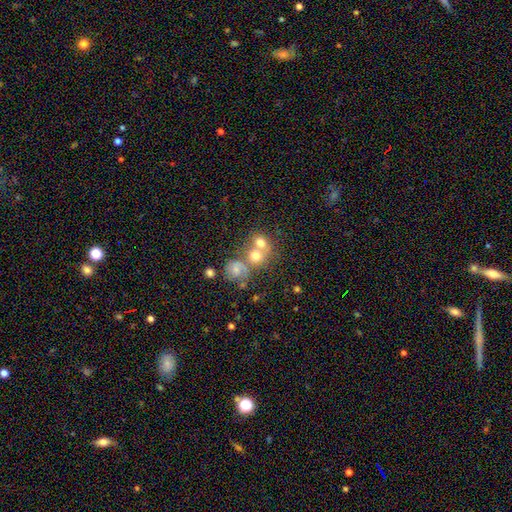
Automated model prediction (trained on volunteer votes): Q: Smooth or featured?
A: smooth (63%); runner-up: featured or disk (24%)
Q: How rounded?
A: round (74%); runner-up: in between (25%)
Q: Merging?
A: merger (56%); runner-up: none (31%)